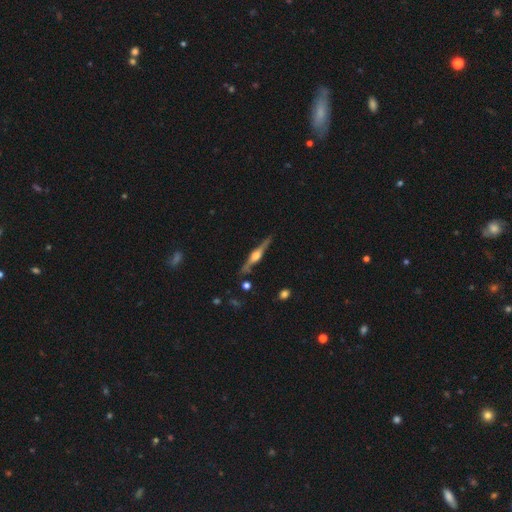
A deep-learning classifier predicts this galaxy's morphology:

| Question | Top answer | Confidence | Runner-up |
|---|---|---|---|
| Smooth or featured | featured or disk | 80% | smooth (15%) |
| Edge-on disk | yes | 97% | no (3%) |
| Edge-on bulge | rounded | 87% | boxy (10%) |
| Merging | none | 85% | minor disturbance (10%) |